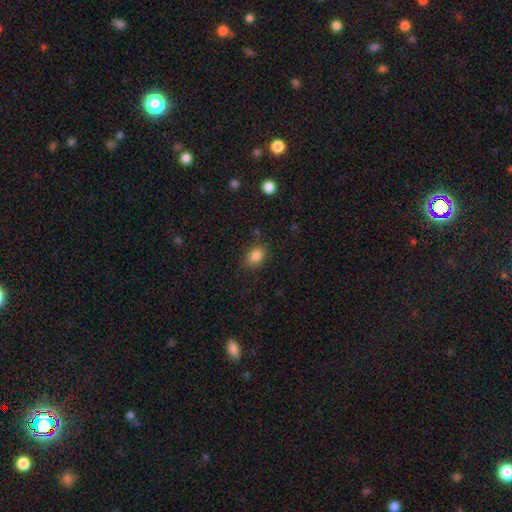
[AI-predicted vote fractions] This is clearly a smooth galaxy (85%). How rounded: likely in between (73%). Merging: likely none (79%).